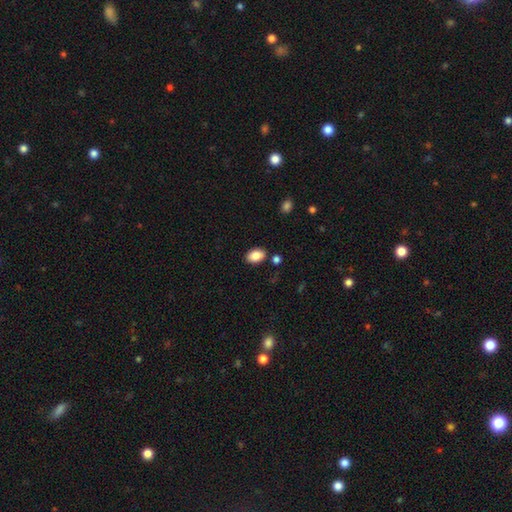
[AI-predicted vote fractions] Smooth or featured?
  - smooth: 88% *
  - star or artifact: 7%
  - featured or disk: 5%
How rounded?
  - in between: 87% *
  - round: 12%
  - cigar-shaped: 1%
Merging?
  - none: 82% *
  - minor disturbance: 10%
  - merger: 5%
  - major disturbance: 3%